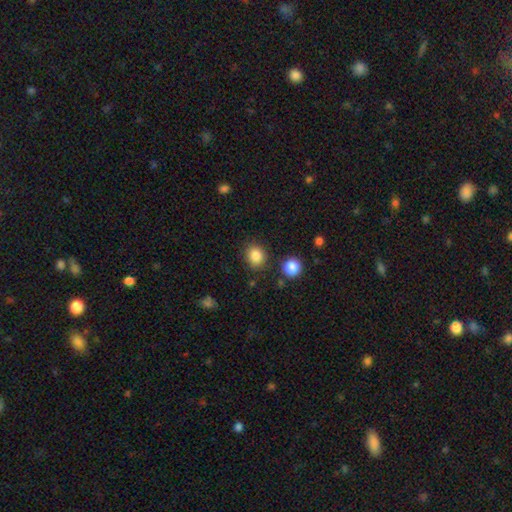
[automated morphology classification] smooth-or-featured: smooth: 85% | star or artifact: 10% | featured or disk: 5%
  how-rounded: round: 71% | in between: 28% | cigar-shaped: 1%
  merging: none: 83% | minor disturbance: 10% | merger: 4% | major disturbance: 3%